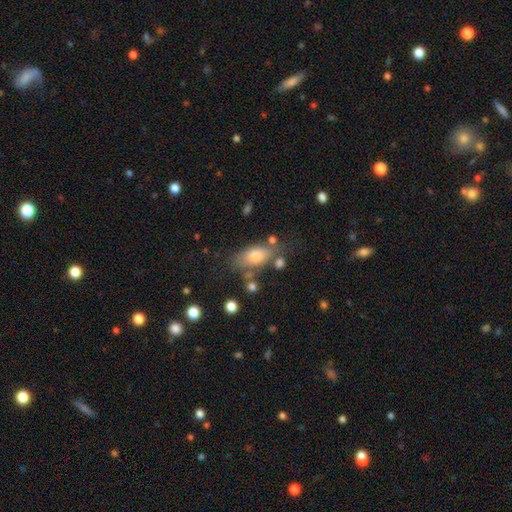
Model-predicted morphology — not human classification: type=smooth (74%); roundness=in between (83%); merging=none (61%).